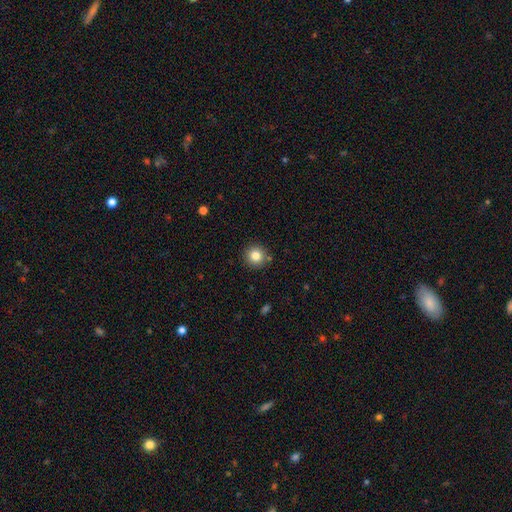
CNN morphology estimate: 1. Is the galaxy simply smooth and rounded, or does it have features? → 82% smooth, 11% star or artifact, 7% featured or disk.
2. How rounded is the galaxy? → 94% round, 5% in between, 1% cigar-shaped.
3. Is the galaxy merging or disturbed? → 88% none, 7% minor disturbance, 3% merger, 2% major disturbance.